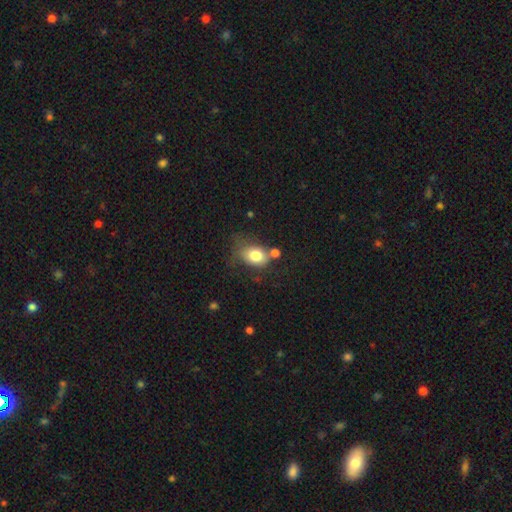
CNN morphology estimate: smooth 78%, featured or disk 13%, star or artifact 9%. Down the decision tree: how rounded — in between (67%); merging — none (45%).